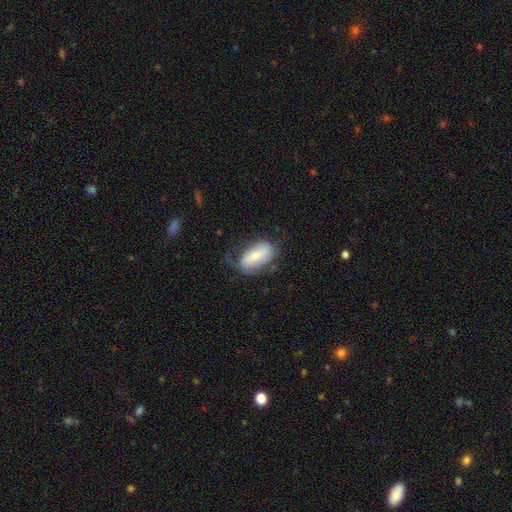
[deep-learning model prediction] smooth-or-featured: smooth: 53% | featured or disk: 40% | star or artifact: 7%
  how-rounded: in between: 88% | cigar-shaped: 8% | round: 4%
  merging: none: 52% | minor disturbance: 29% | major disturbance: 17% | merger: 2%